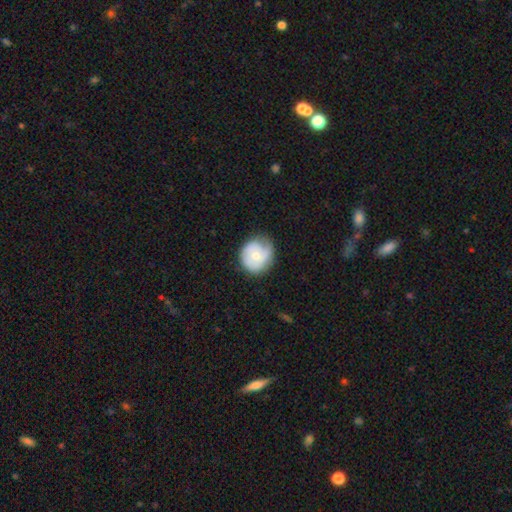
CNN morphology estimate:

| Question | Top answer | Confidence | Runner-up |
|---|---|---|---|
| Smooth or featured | featured or disk | 49% | smooth (45%) |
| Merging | none | 63% | minor disturbance (27%) |